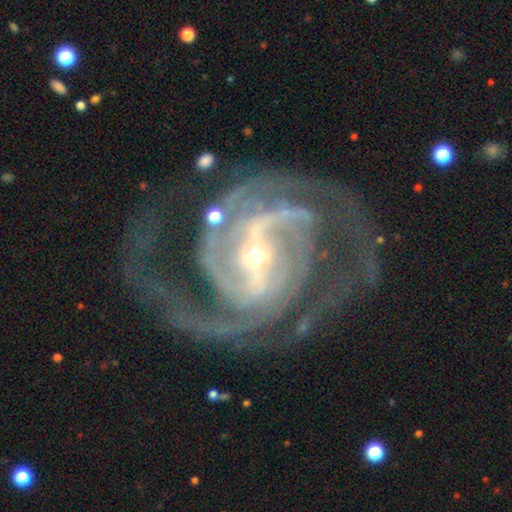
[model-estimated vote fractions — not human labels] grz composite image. It shows a featured or disk galaxy (93%) with a strong bar (63%), 2 (61%) medium (52%) spiral arms (98%) and a small central bulge (69%). Merging: none (69%).